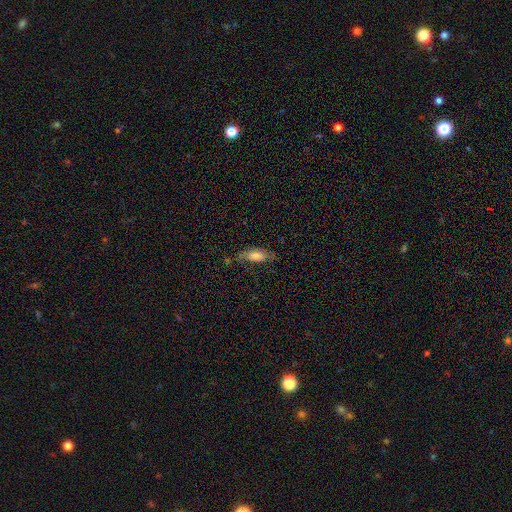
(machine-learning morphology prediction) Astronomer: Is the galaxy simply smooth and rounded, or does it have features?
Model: smooth — 66%.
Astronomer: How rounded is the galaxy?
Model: in between — 76%.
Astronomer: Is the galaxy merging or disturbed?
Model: none — 57%.